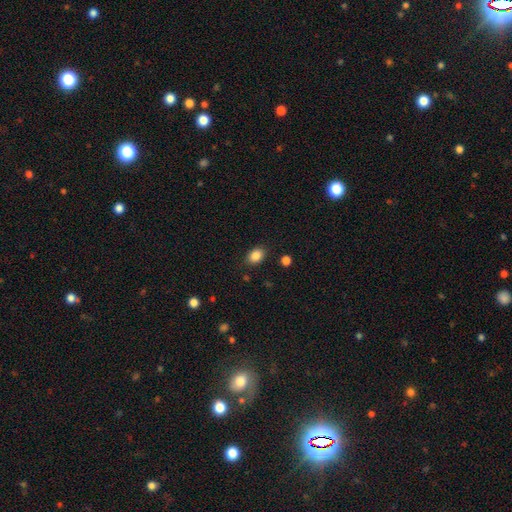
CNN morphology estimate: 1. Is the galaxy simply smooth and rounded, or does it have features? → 86% smooth, 9% star or artifact, 4% featured or disk.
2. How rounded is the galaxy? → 71% in between, 28% round, 1% cigar-shaped.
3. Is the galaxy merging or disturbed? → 85% none, 10% minor disturbance, 3% major disturbance, 2% merger.